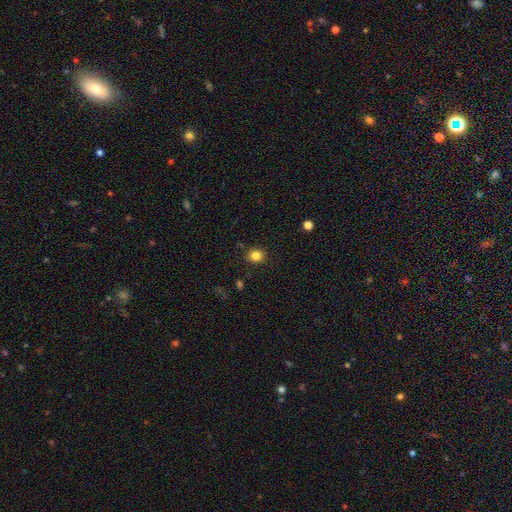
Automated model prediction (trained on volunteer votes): Morphology: type=smooth (83%); roundness=round (76%); merging=none (87%).